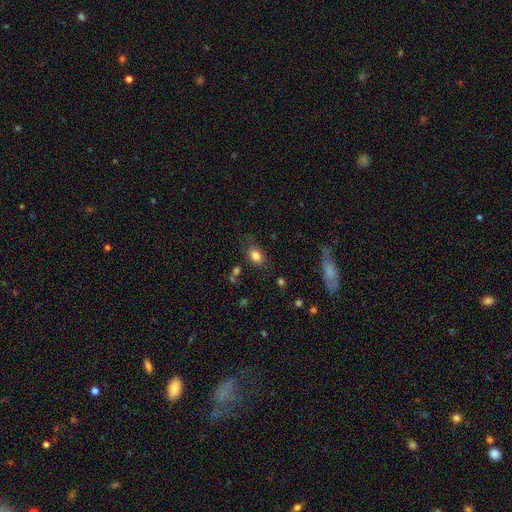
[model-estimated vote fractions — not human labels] Overall: smooth (82%). How rounded: in between (77%). Merging: none (70%).